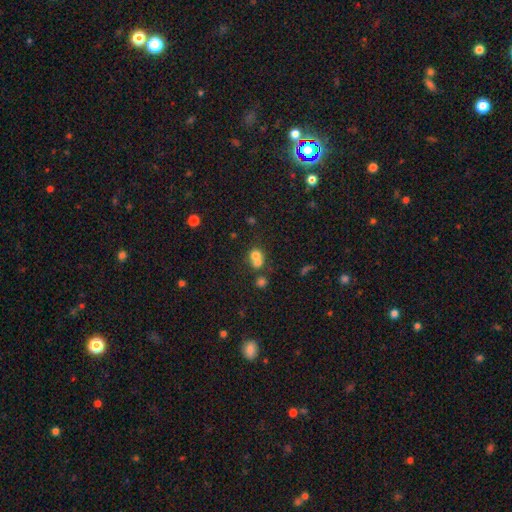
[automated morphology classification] Smooth or featured? smooth (70%)
How rounded? round (72%)
Merging? merger (62%)